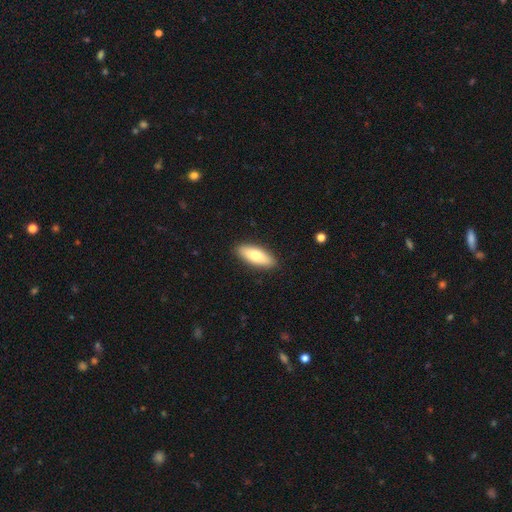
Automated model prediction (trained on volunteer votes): smooth-or-featured: smooth: 76% | featured or disk: 19% | star or artifact: 6%
  how-rounded: in between: 70% | cigar-shaped: 28% | round: 2%
  merging: none: 90% | minor disturbance: 8% | major disturbance: 2% | merger: 1%